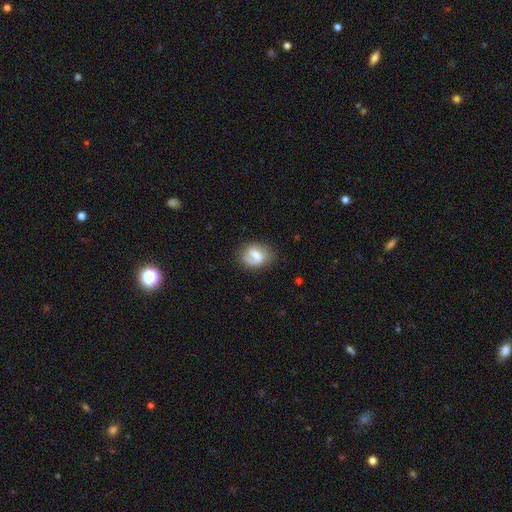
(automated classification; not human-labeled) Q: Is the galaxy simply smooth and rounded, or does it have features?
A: smooth — 54%.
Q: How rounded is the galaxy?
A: in between — 61%.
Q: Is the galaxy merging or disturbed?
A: none — 64%.